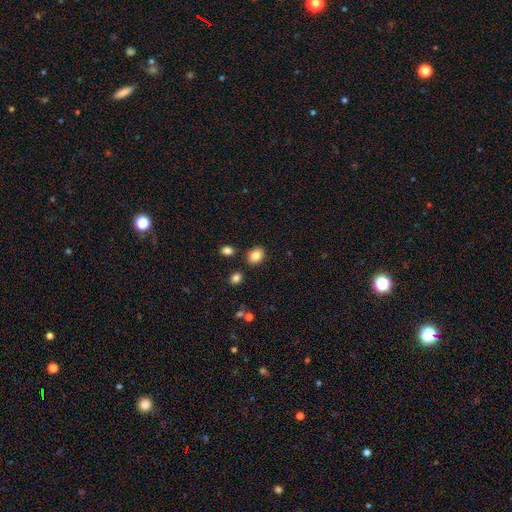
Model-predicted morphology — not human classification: This is clearly a smooth galaxy (85%). How rounded: possibly in between (52%). Merging: clearly none (83%).